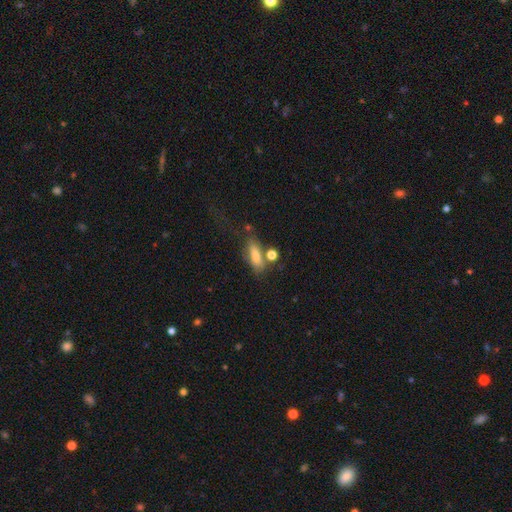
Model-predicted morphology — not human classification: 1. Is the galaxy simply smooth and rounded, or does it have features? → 75% smooth, 16% featured or disk, 9% star or artifact.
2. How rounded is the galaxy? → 62% in between, 32% cigar-shaped, 5% round.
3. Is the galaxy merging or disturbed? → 50% none, 19% minor disturbance, 18% merger, 13% major disturbance.